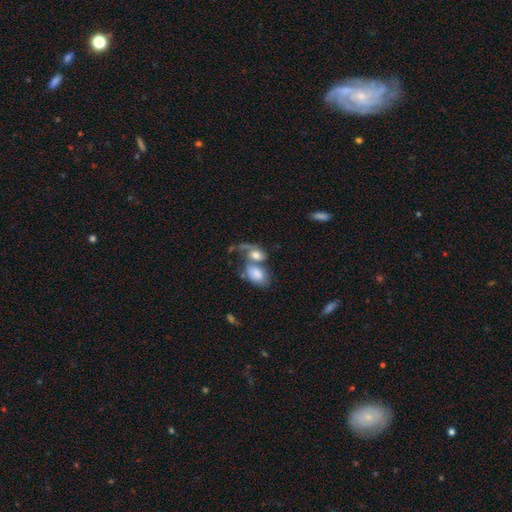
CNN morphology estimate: smooth-or-featured: smooth: 52% | featured or disk: 36% | star or artifact: 12%
  how-rounded: in between: 70% | round: 27% | cigar-shaped: 3%
  merging: merger: 63% | none: 16% | major disturbance: 13% | minor disturbance: 8%